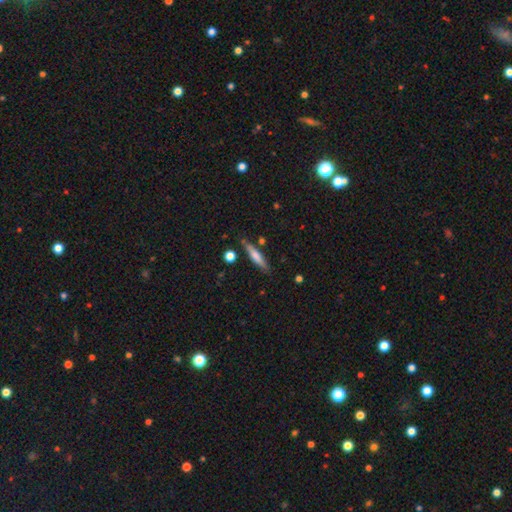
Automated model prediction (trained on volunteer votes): This appears to be a smooth galaxy with no disk features (62%) that is cigar-shaped (86%). Merging: none (80%).